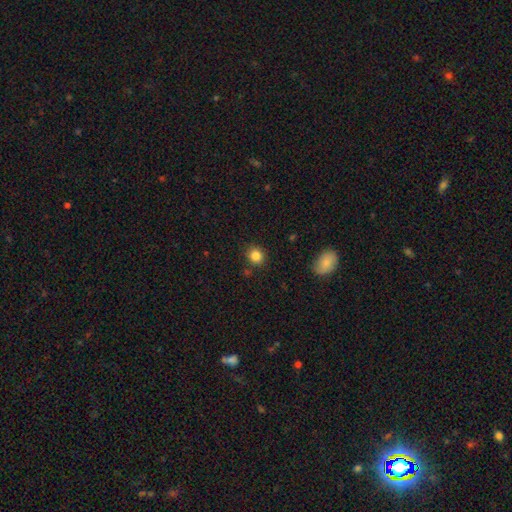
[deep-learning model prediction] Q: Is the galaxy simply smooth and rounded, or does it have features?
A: smooth — 85%.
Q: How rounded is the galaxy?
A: round — 78%.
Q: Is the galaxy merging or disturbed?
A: none — 86%.